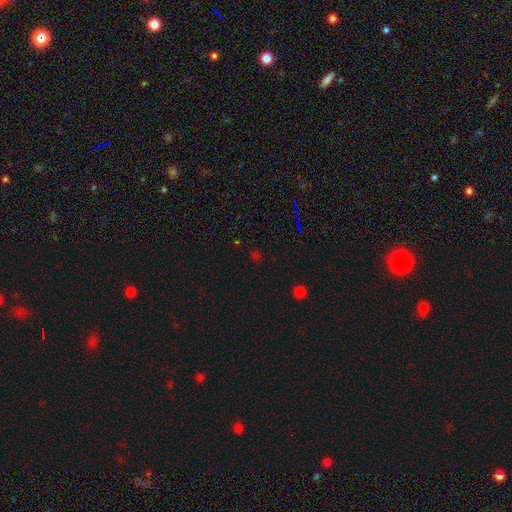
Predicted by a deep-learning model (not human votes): A star or artifact, not a galaxy (61%).

Vote fractions:
- Smooth or featured? star or artifact: 61% / smooth: 32% / featured or disk: 7%